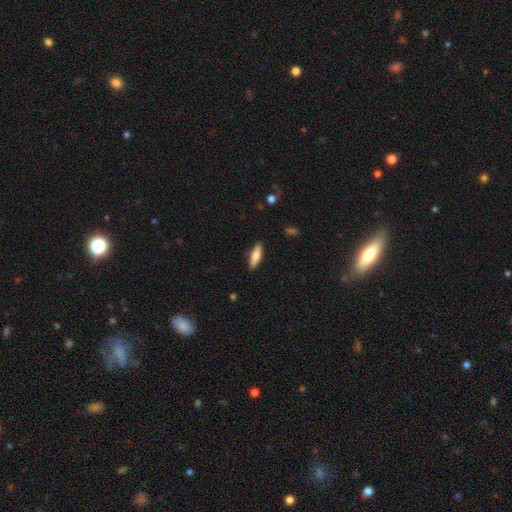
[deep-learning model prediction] Smooth or featured?
  - smooth: 70% *
  - featured or disk: 24%
  - star or artifact: 6%
How rounded?
  - cigar-shaped: 58% *
  - in between: 40%
  - round: 2%
Merging?
  - none: 89% *
  - minor disturbance: 8%
  - major disturbance: 2%
  - merger: 1%